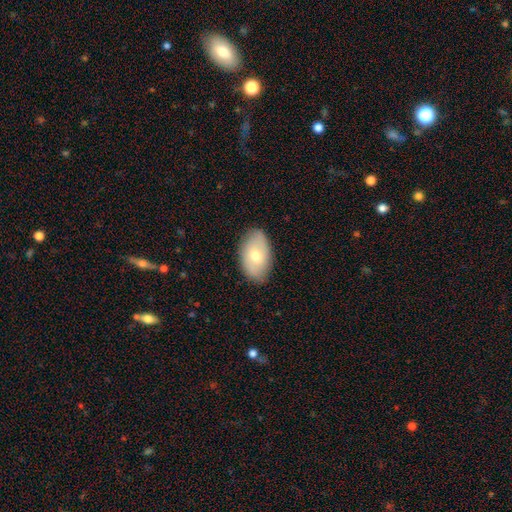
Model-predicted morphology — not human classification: smooth 62%, featured or disk 32%, star or artifact 7%. Down the decision tree: how rounded — in between (92%); merging — none (84%).